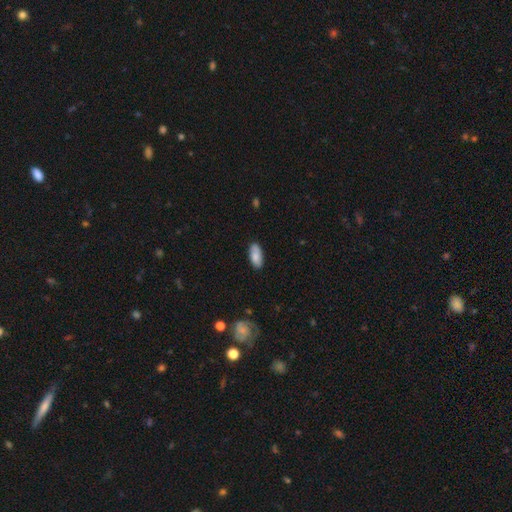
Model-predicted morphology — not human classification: Smooth or featured? Predicted: smooth (p=0.82). How rounded? Predicted: in between (p=0.87). Merging? Predicted: none (p=0.85).